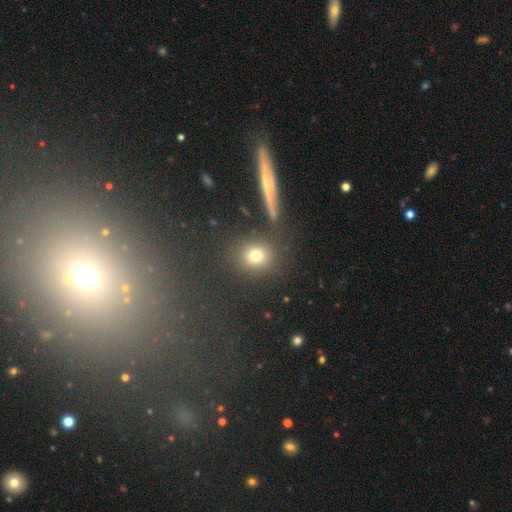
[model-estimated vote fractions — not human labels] Overall: smooth (74%). How rounded: round (81%). Merging: none (81%).